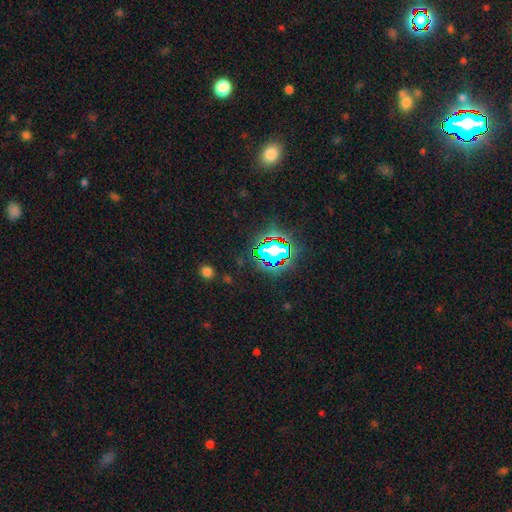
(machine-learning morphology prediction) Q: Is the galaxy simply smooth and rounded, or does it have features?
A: star or artifact — 77%.